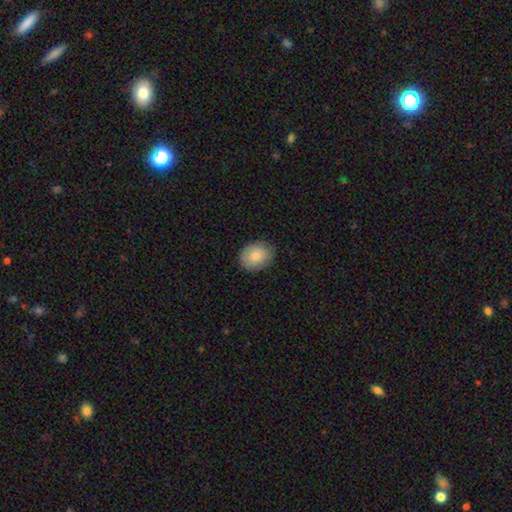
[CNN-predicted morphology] smooth 84%, featured or disk 9%, star or artifact 7%. Down the decision tree: how rounded — in between (55%); merging — none (87%).